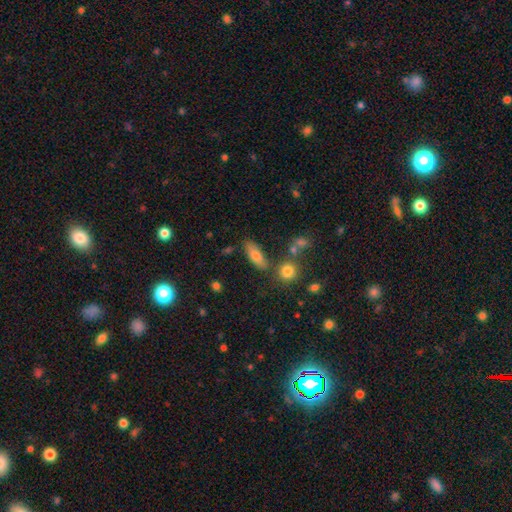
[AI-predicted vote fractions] The model was most divided on "how rounded": in between: 62%, cigar-shaped: 34%, round: 4%. More confident: merging — none (73%); smooth or featured — smooth (72%).